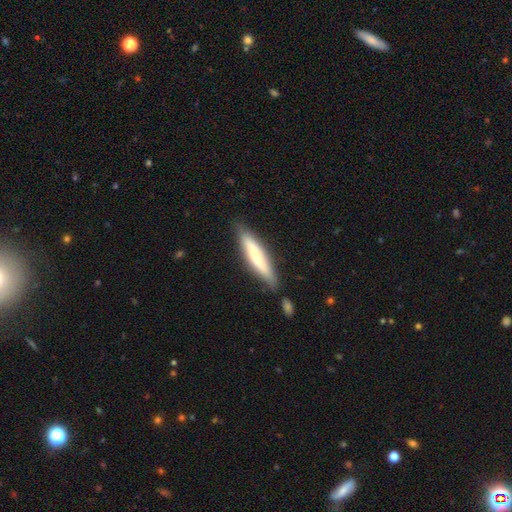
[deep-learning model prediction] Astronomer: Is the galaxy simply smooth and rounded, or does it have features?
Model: smooth — 61%.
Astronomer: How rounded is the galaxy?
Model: cigar-shaped — 86%.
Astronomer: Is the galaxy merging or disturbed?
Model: none — 78%.